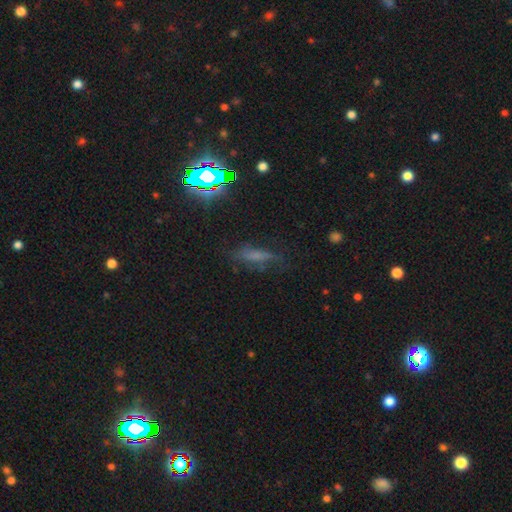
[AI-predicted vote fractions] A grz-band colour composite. It shows a smooth galaxy with no disk features (48%). Merging: none (60%).